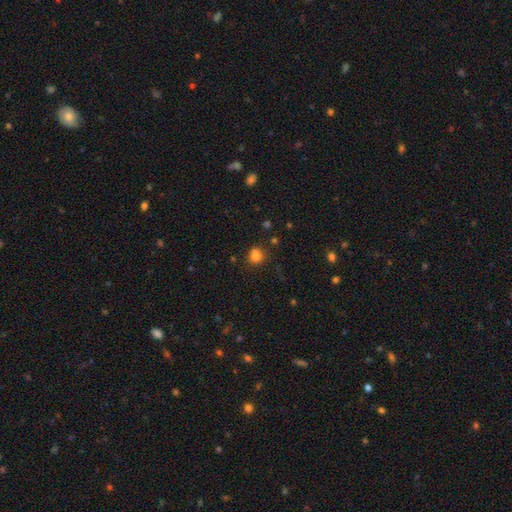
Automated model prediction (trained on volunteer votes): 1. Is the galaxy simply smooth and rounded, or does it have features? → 77% smooth, 15% star or artifact, 8% featured or disk.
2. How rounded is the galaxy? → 73% round, 26% in between, 1% cigar-shaped.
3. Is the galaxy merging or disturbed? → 60% none, 17% minor disturbance, 17% merger, 6% major disturbance.